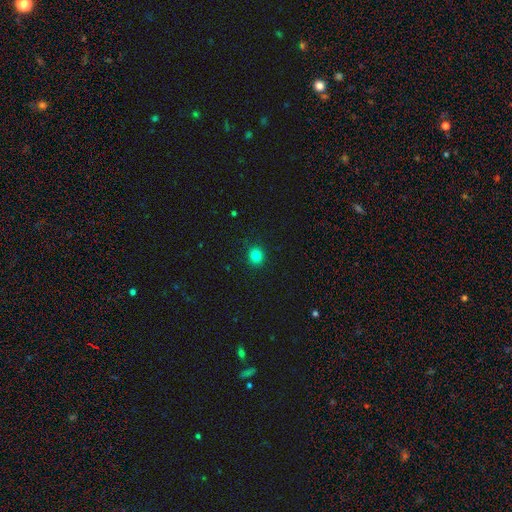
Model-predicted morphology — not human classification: A smooth galaxy with no disk features (81%) that is round (86%).

Vote fractions:
- Smooth or featured? smooth: 81% / star or artifact: 13% / featured or disk: 5%
- How rounded? round: 86% / in between: 13% / cigar-shaped: 1%
- Merging? none: 91% / minor disturbance: 6% / major disturbance: 2% / merger: 1%